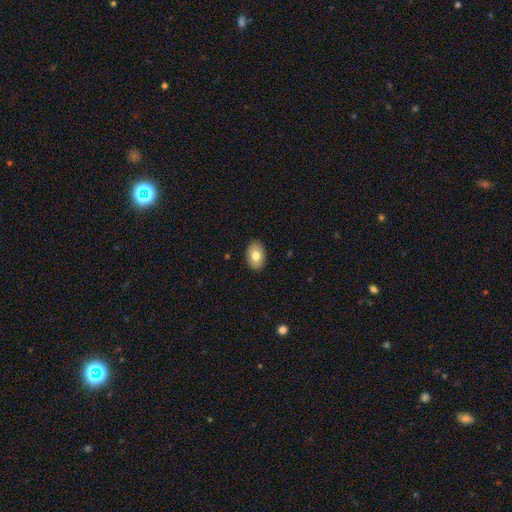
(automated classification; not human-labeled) Q: Smooth or featured?
A: smooth (78%); runner-up: featured or disk (15%)
Q: How rounded?
A: in between (84%); runner-up: round (14%)
Q: Merging?
A: none (89%); runner-up: minor disturbance (8%)